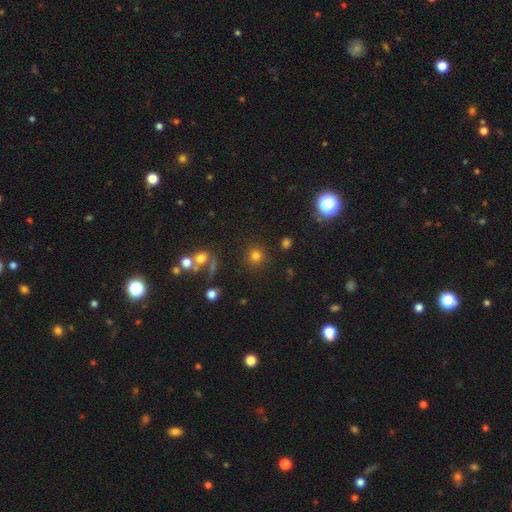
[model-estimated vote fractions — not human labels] A smooth galaxy with no disk features (75%) that is round (91%). Merging: none (85%).